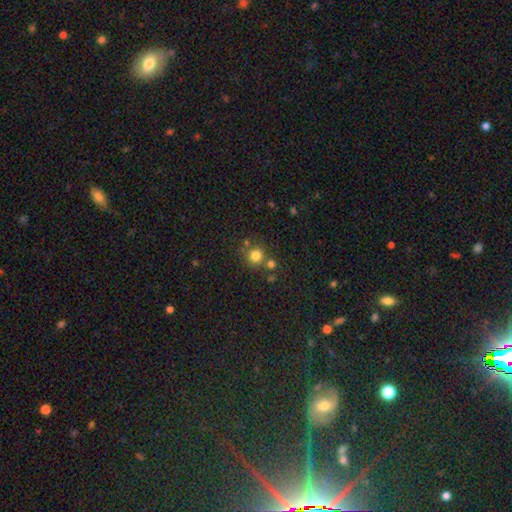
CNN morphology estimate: Smooth or featured: smooth — 78% (star or artifact — 15%)
How rounded: round — 90% (in between — 9%)
Merging: none — 70% (merger — 17%)